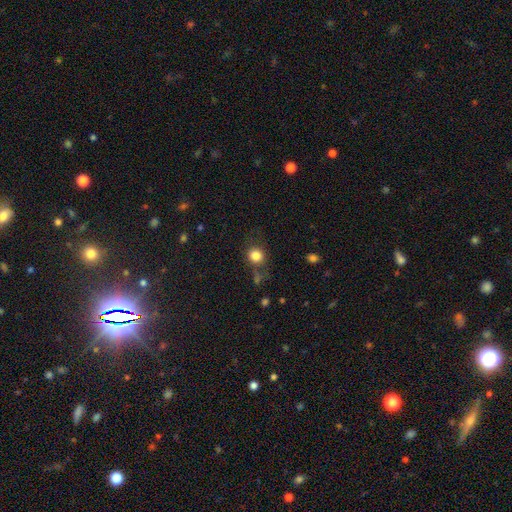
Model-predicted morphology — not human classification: smooth-or-featured: smooth: 83% | star or artifact: 11% | featured or disk: 6%
  how-rounded: round: 83% | in between: 16% | cigar-shaped: 1%
  merging: none: 72% | minor disturbance: 15% | major disturbance: 7% | merger: 6%